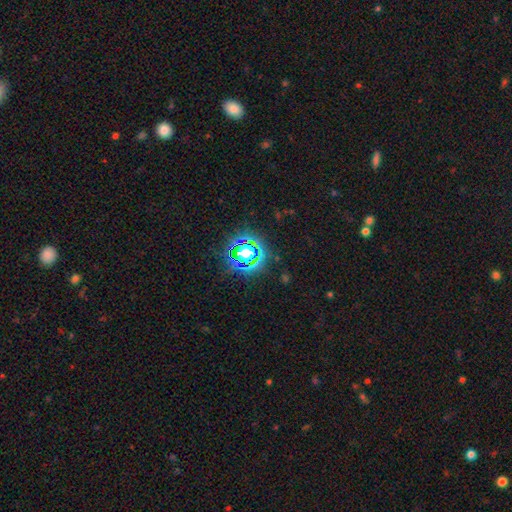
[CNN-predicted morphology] smooth-or-featured: star or artifact: 79% | smooth: 13% | featured or disk: 7%